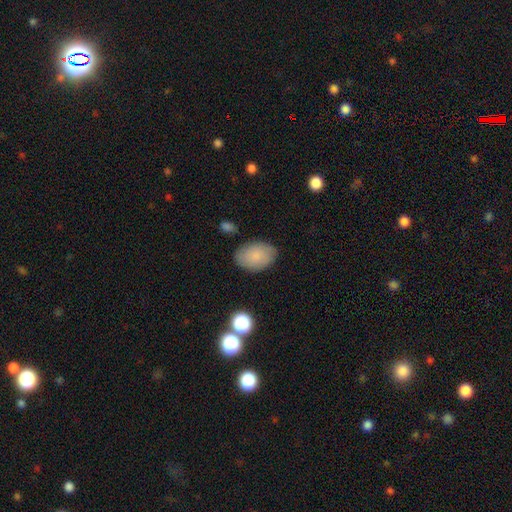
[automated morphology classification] smooth-or-featured: smooth: 80% | featured or disk: 12% | star or artifact: 7%
  how-rounded: in between: 87% | round: 11% | cigar-shaped: 1%
  merging: none: 83% | minor disturbance: 12% | major disturbance: 3% | merger: 2%